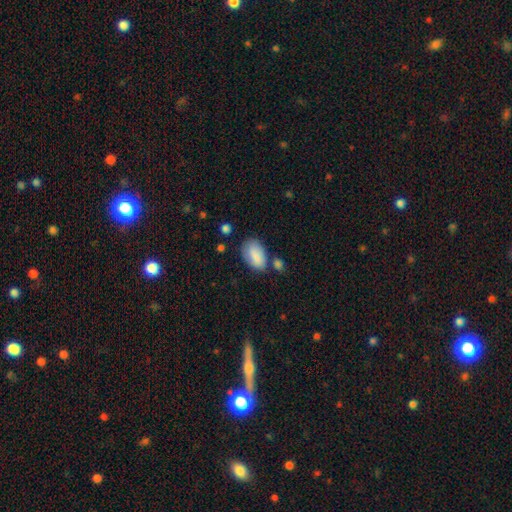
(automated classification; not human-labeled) Smooth or featured: smooth — 83% (featured or disk — 10%)
How rounded: in between — 92% (round — 6%)
Merging: none — 60% (minor disturbance — 22%)